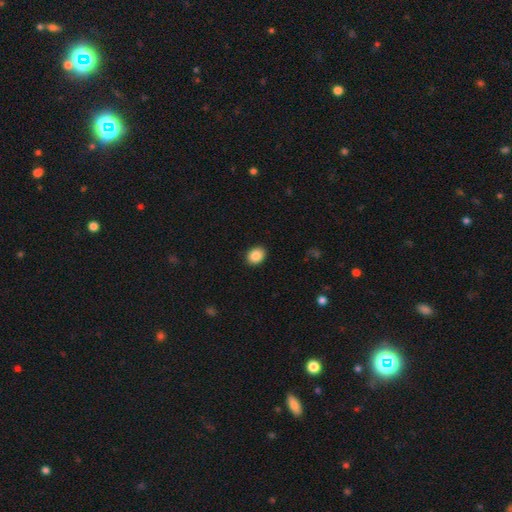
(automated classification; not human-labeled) The model was most divided on "how rounded": in between: 53%, round: 46%, cigar-shaped: 1%. More confident: merging — none (91%); smooth or featured — smooth (87%).